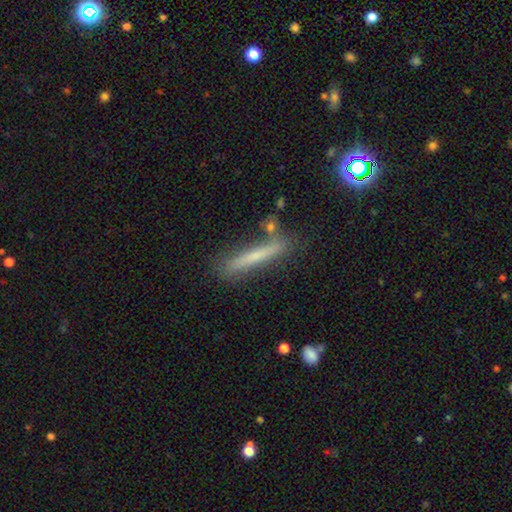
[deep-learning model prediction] A smooth galaxy with no disk features (56%) that is cigar-shaped (94%). Merging: none (80%).